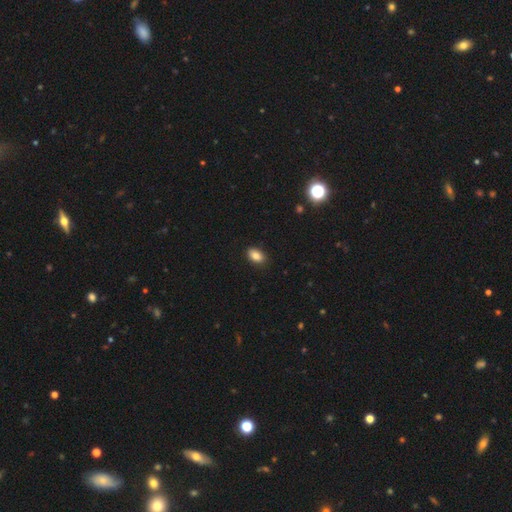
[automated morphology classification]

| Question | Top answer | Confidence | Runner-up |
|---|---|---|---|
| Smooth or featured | smooth | 85% | star or artifact (9%) |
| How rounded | in between | 90% | round (8%) |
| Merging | none | 88% | minor disturbance (9%) |